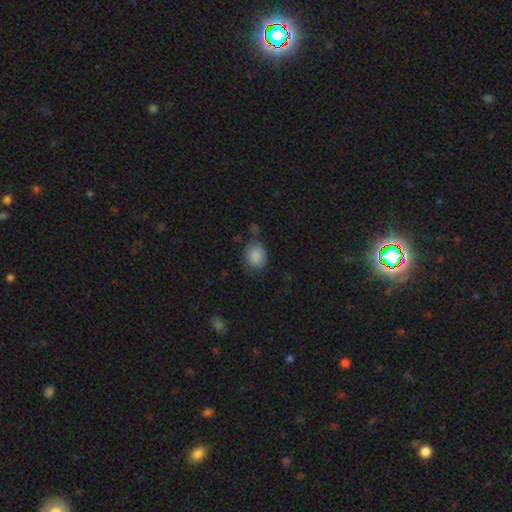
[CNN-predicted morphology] smooth-or-featured: smooth: 87% | star or artifact: 8% | featured or disk: 5%
  how-rounded: round: 51% | in between: 48% | cigar-shaped: 1%
  merging: none: 69% | minor disturbance: 21% | major disturbance: 6% | merger: 5%